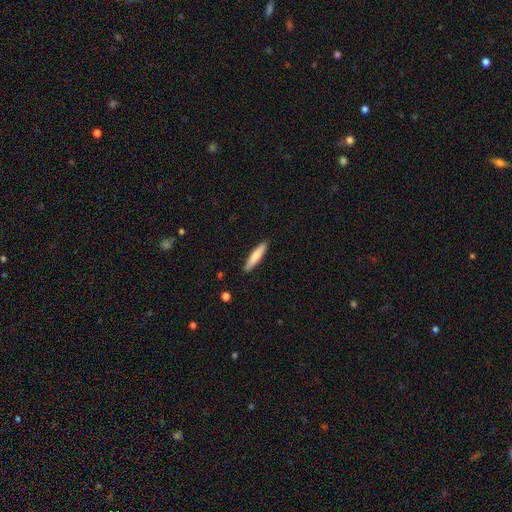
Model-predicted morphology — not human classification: Smooth or featured: smooth — 77% (featured or disk — 18%)
How rounded: cigar-shaped — 85% (in between — 14%)
Merging: none — 90% (minor disturbance — 7%)